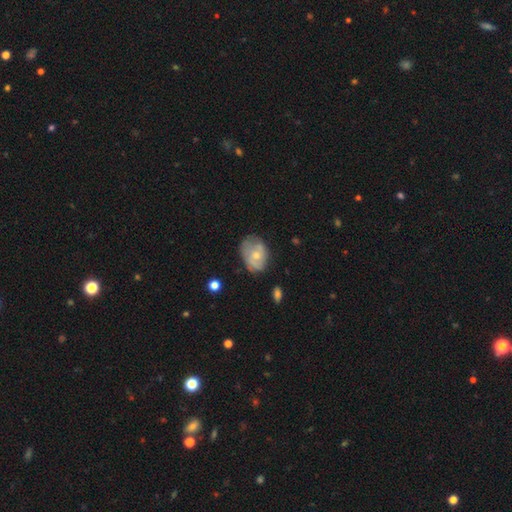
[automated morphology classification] Smooth or featured? Predicted: featured or disk (p=0.48). Merging? Predicted: none (p=0.48).